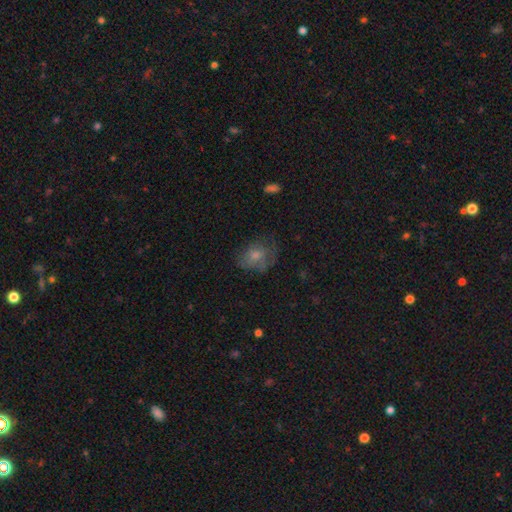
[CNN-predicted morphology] Smooth or featured: smooth — 64% (featured or disk — 26%)
How rounded: in between — 60% (round — 39%)
Merging: none — 46% (minor disturbance — 29%)